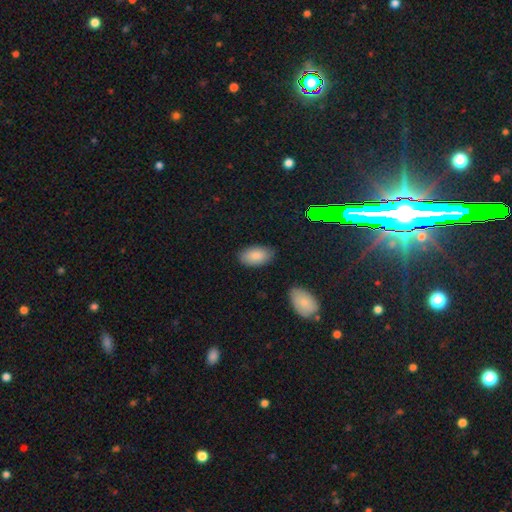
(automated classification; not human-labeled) Overall: smooth (86%). How rounded: in between (95%). Merging: none (84%).